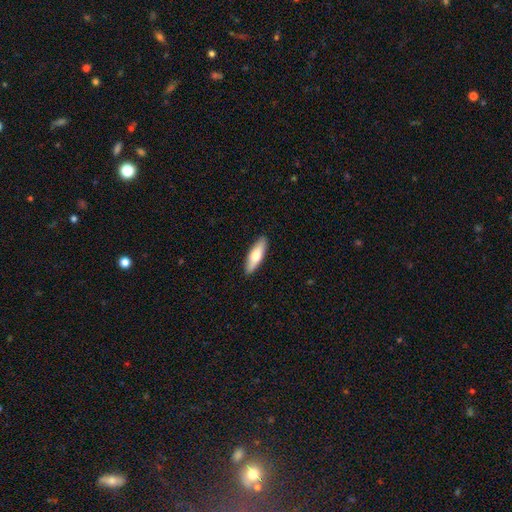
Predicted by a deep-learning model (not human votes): The model was most divided on "how rounded": cigar-shaped: 52%, in between: 46%, round: 2%. More confident: merging — none (90%); smooth or featured — smooth (67%).